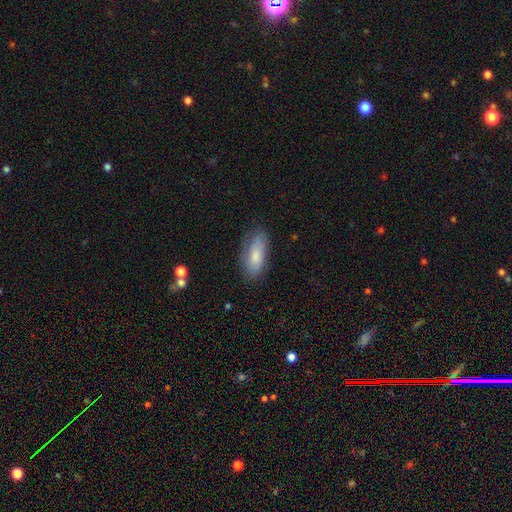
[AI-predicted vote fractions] Morphology: type=smooth (76%); roundness=in between (81%); merging=none (70%).